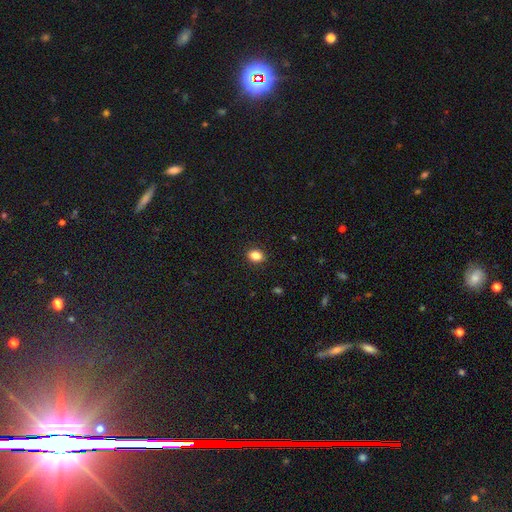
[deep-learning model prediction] The model was most divided on "how rounded": in between: 66%, round: 33%, cigar-shaped: 1%. More confident: merging — none (90%); smooth or featured — smooth (85%).